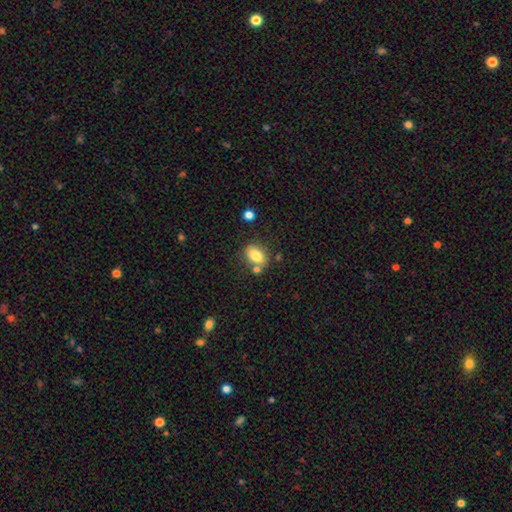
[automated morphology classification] Q: Smooth or featured?
A: smooth (81%); runner-up: featured or disk (10%)
Q: How rounded?
A: in between (83%); runner-up: round (15%)
Q: Merging?
A: none (69%); runner-up: merger (14%)